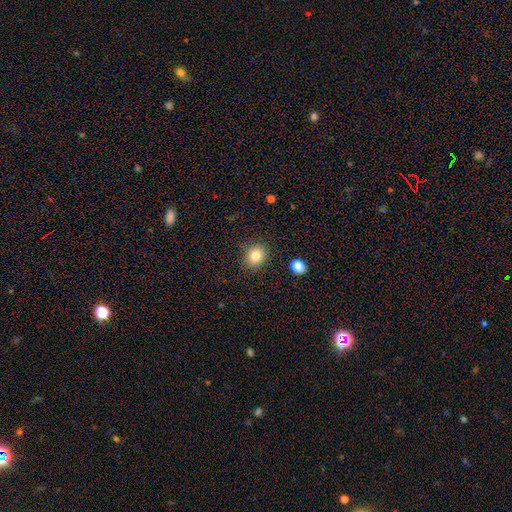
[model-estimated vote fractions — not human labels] smooth-or-featured: smooth: 83% | star or artifact: 10% | featured or disk: 7%
  how-rounded: round: 66% | in between: 33% | cigar-shaped: 1%
  merging: none: 86% | minor disturbance: 9% | major disturbance: 3% | merger: 2%